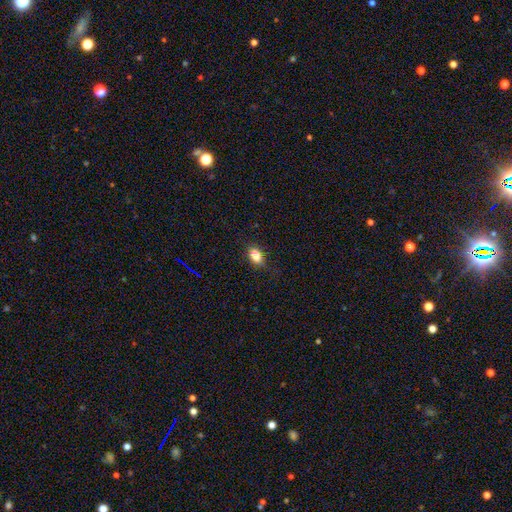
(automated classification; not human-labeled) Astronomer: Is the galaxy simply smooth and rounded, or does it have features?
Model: smooth — 82%.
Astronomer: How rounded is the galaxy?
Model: in between — 81%.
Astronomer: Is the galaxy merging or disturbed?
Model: none — 82%.